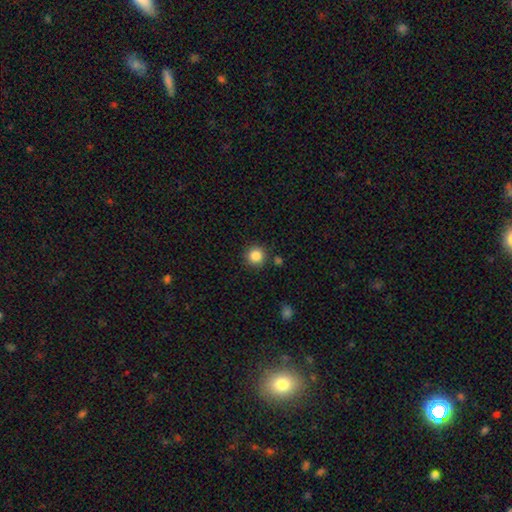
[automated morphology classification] Smooth or featured? Predicted: smooth (p=0.85). How rounded? Predicted: round (p=0.94). Merging? Predicted: none (p=0.87).